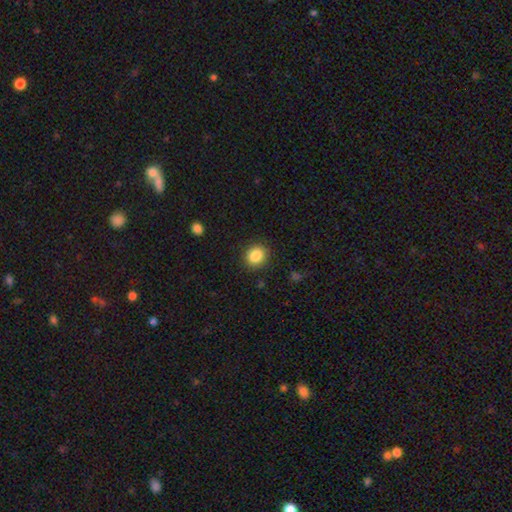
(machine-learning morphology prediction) The model was most divided on "how rounded": round: 77%, in between: 22%, cigar-shaped: 1%. More confident: merging — none (89%); smooth or featured — smooth (86%).